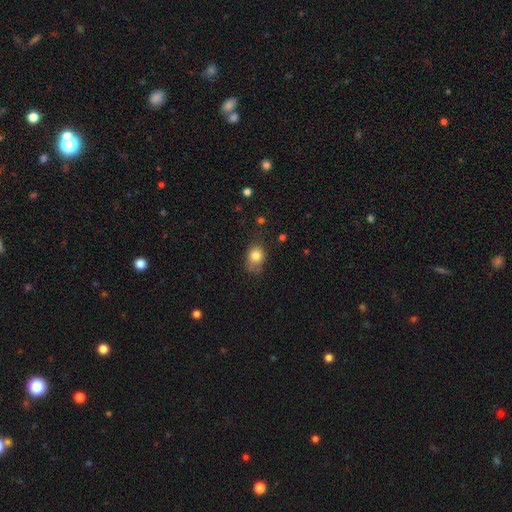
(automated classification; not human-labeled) smooth_or_featured: smooth (p=0.81) [alt: featured or disk p=0.10]
how_rounded: in between (p=0.60) [alt: round p=0.39]
merging: none (p=0.52) [alt: minor disturbance p=0.33]